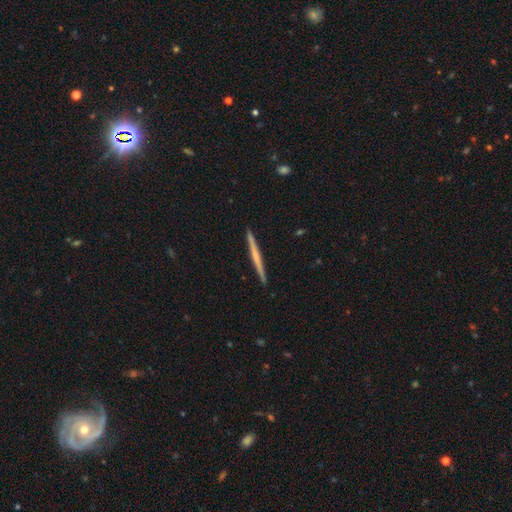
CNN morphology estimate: type=featured or disk (56%); edge-on=yes (98%); edge-on bulge=none (71%); merging=none (93%).